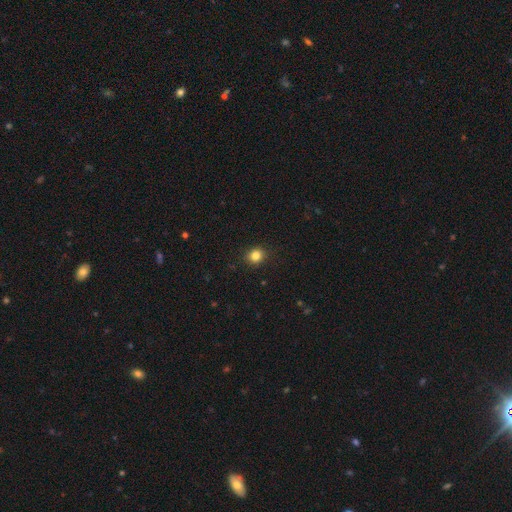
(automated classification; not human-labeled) smooth-or-featured: smooth: 84% | star or artifact: 12% | featured or disk: 5%
  how-rounded: round: 82% | in between: 17% | cigar-shaped: 1%
  merging: none: 90% | minor disturbance: 7% | major disturbance: 2% | merger: 1%